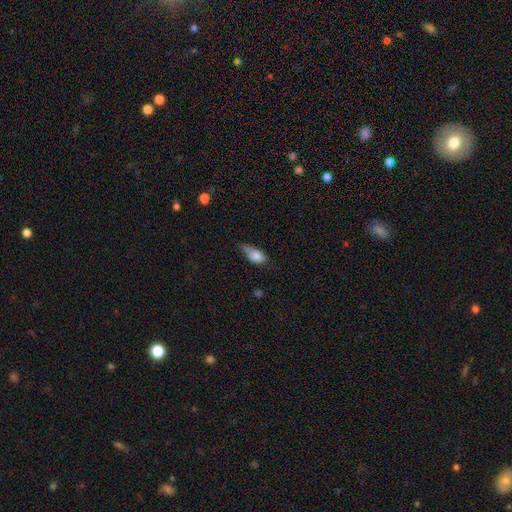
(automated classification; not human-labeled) Smooth or featured? Predicted: smooth (p=0.77). How rounded? Predicted: in between (p=0.84). Merging? Predicted: minor disturbance (p=0.46).